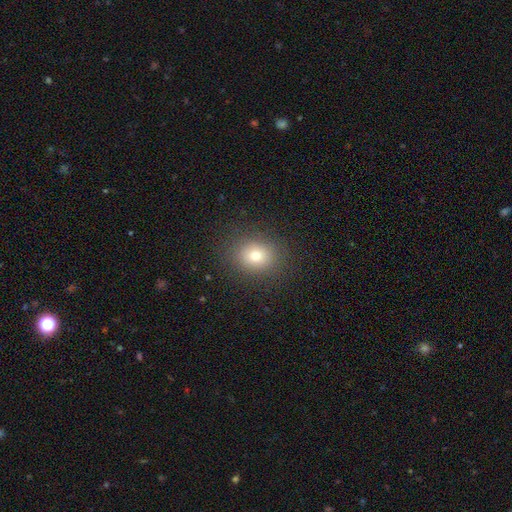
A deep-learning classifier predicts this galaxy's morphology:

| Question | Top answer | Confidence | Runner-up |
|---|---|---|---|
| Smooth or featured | smooth | 76% | star or artifact (14%) |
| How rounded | round | 56% | in between (43%) |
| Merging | none | 88% | minor disturbance (8%) |